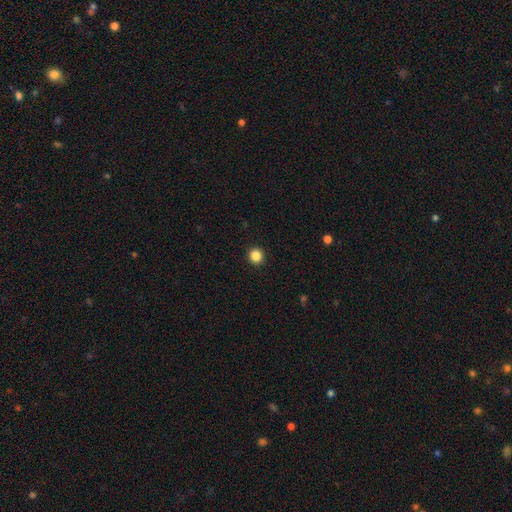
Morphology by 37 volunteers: A smooth galaxy with no disk features (95%) that is round (91%). Merging: none (94%).